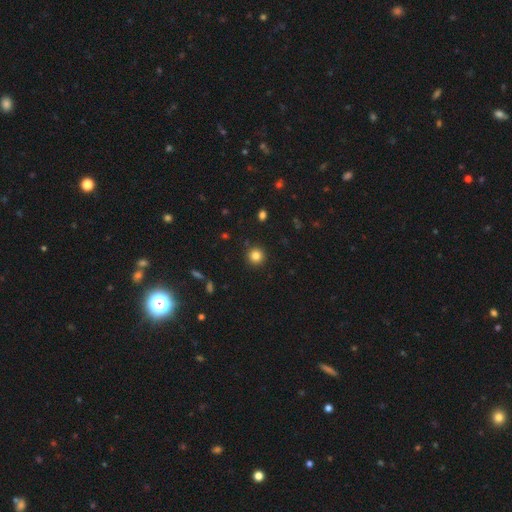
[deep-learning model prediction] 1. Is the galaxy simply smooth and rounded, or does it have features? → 83% smooth, 12% star or artifact, 5% featured or disk.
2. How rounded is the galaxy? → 95% round, 4% in between, 1% cigar-shaped.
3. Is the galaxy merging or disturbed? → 91% none, 5% minor disturbance, 2% major disturbance, 1% merger.